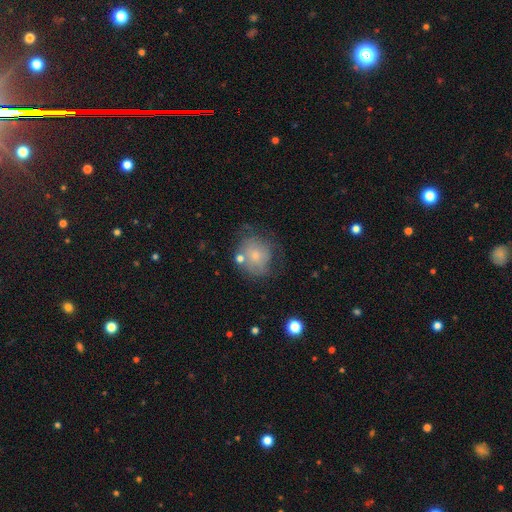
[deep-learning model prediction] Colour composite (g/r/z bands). It shows a smooth galaxy with no disk features (59%) that is round (72%). Merging: none (48%).